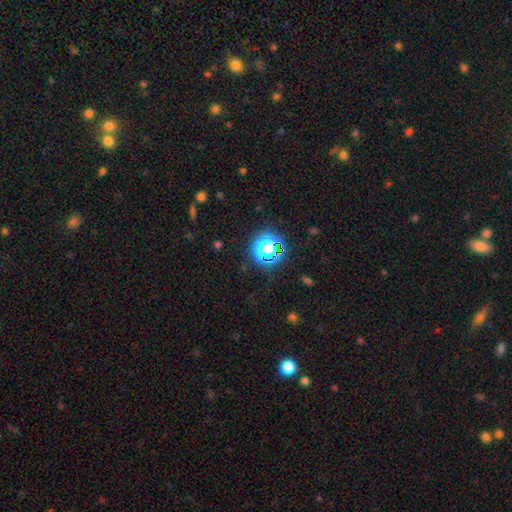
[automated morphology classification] smooth-or-featured: star or artifact: 73% | smooth: 19% | featured or disk: 8%